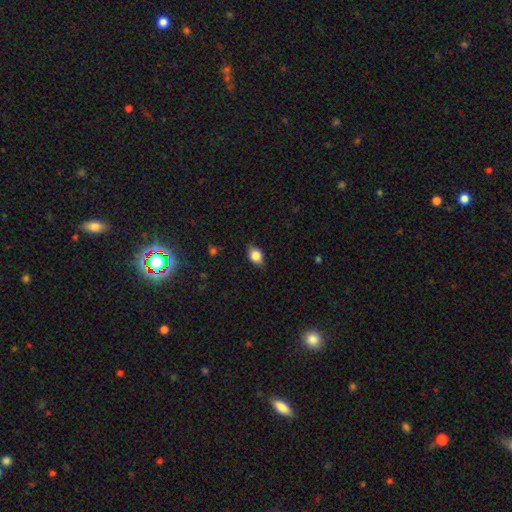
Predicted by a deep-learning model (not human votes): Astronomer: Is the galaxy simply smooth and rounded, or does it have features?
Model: smooth — 80%.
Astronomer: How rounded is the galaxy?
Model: in between — 74%.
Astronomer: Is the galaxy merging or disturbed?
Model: none — 80%.